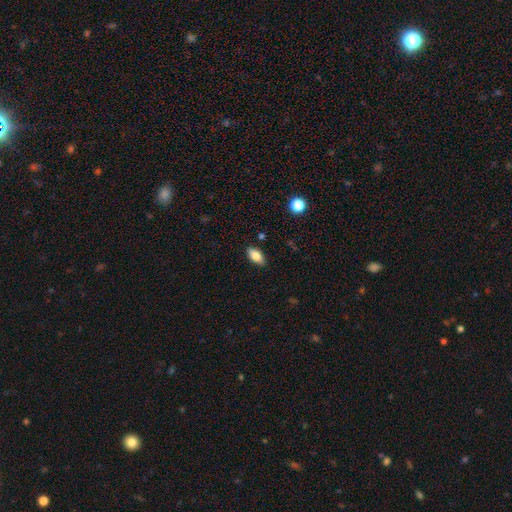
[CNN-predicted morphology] smooth 83%, featured or disk 10%, star or artifact 8%. Down the decision tree: how rounded — in between (90%); merging — none (87%).